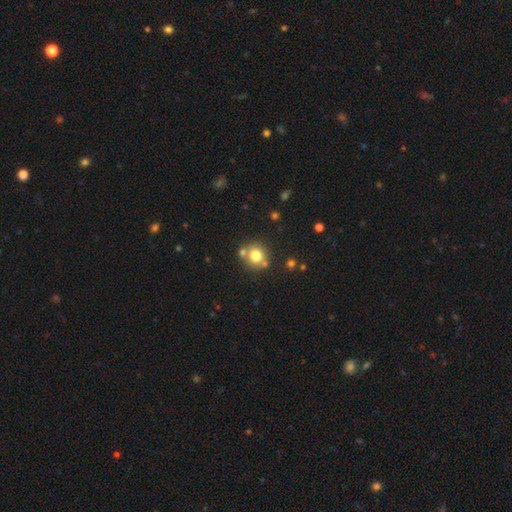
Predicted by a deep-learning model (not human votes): Smooth or featured?
  - smooth: 75% *
  - star or artifact: 13%
  - featured or disk: 12%
How rounded?
  - round: 88% *
  - in between: 11%
  - cigar-shaped: 1%
Merging?
  - none: 70% *
  - merger: 17%
  - minor disturbance: 10%
  - major disturbance: 3%